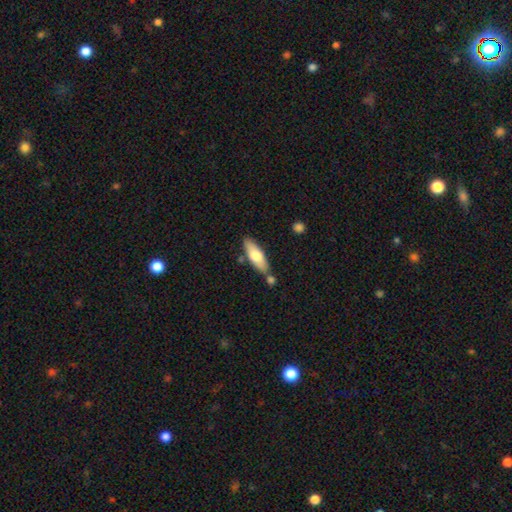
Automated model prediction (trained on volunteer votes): This is likely a smooth galaxy (68%). How rounded: possibly in between (58%). Merging: likely none (73%).